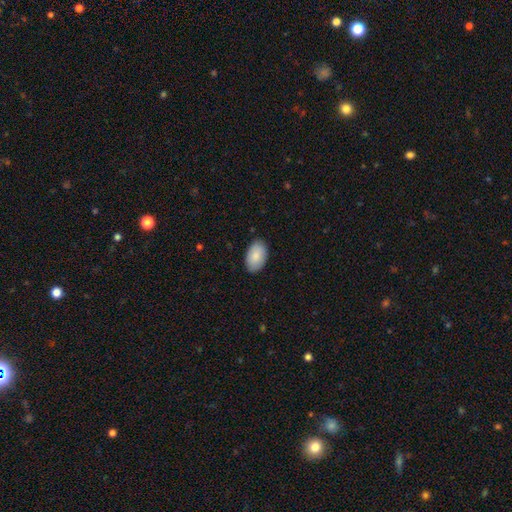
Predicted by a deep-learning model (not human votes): Smooth or featured? Predicted: smooth (p=0.88). How rounded? Predicted: in between (p=0.94). Merging? Predicted: none (p=0.88).